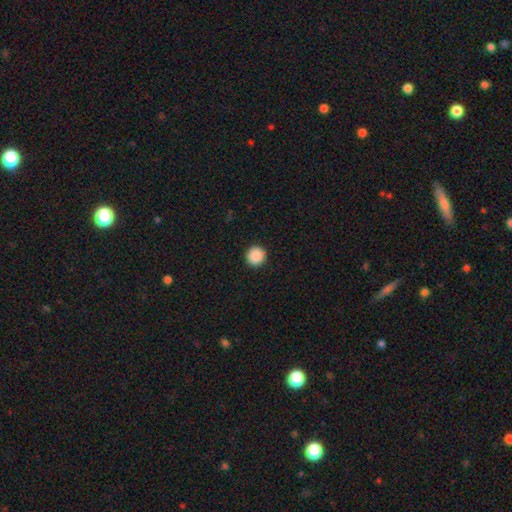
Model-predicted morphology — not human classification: This appears to be a smooth galaxy with no disk features (89%) that is round (94%). Merging: none (93%).